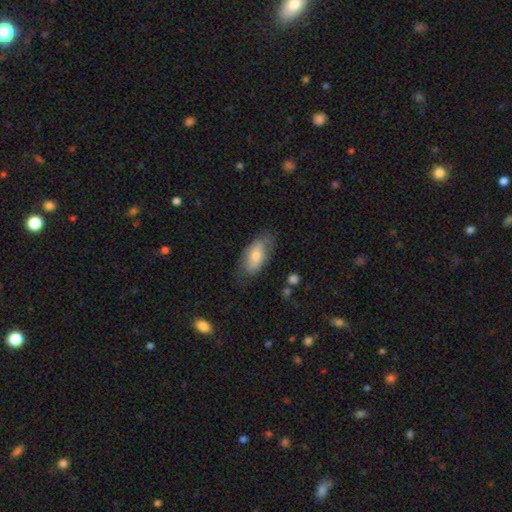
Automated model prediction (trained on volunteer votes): Smooth or featured: smooth — 65% (featured or disk — 28%)
How rounded: in between — 90% (cigar-shaped — 7%)
Merging: none — 70% (minor disturbance — 22%)